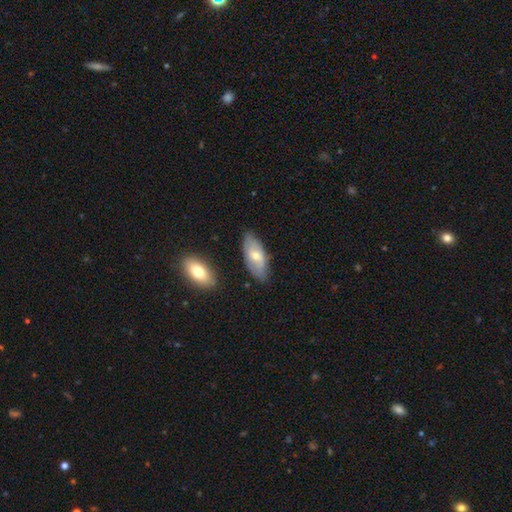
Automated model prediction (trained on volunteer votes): This is possibly a smooth galaxy (51%). How rounded: clearly in between (89%). Merging: likely none (78%).